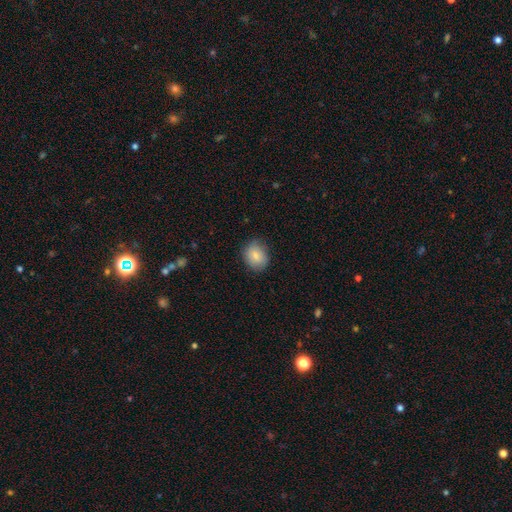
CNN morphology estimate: Smooth or featured?
  - smooth: 81% *
  - featured or disk: 12%
  - star or artifact: 8%
How rounded?
  - round: 57% *
  - in between: 42%
  - cigar-shaped: 1%
Merging?
  - none: 77% *
  - minor disturbance: 19%
  - major disturbance: 4%
  - merger: 1%